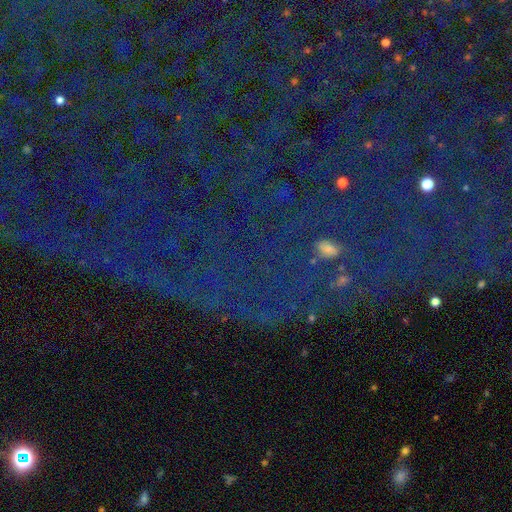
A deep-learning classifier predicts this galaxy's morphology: star or artifact 83%, smooth 9%, featured or disk 9%.